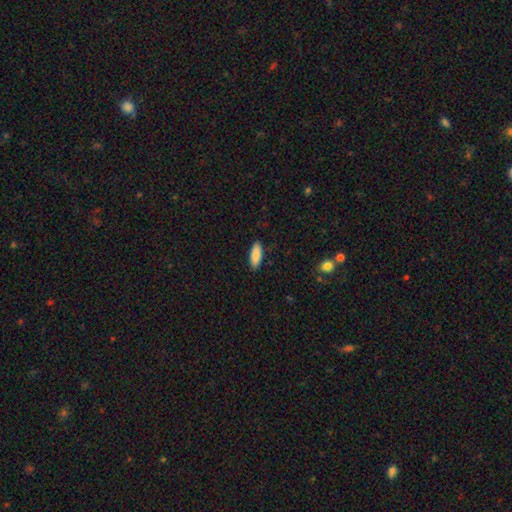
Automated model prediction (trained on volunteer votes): This appears to be a smooth galaxy with no disk features (89%) that is in between round and cigar-shaped (64%). Merging: none (89%).